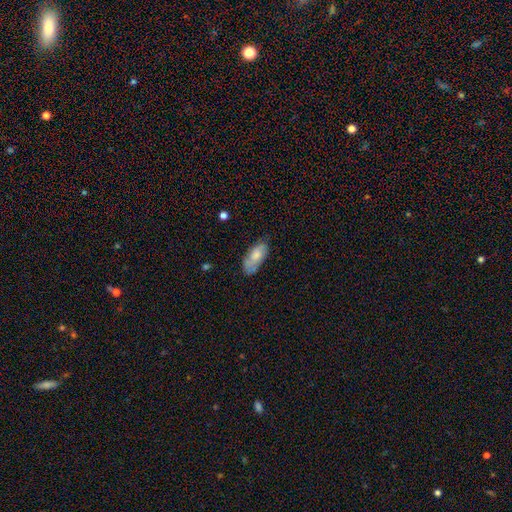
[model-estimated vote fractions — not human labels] This appears to be a smooth galaxy with no disk features (70%) that is in between round and cigar-shaped (87%). Merging: none (58%).